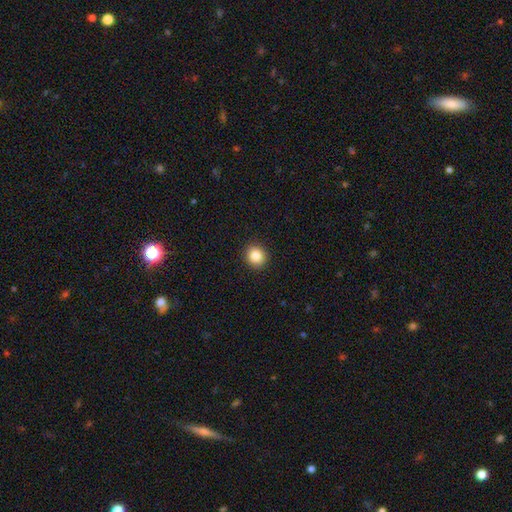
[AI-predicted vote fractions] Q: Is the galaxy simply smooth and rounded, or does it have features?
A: smooth — 85%.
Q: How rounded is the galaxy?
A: round — 85%.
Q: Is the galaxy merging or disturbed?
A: none — 92%.